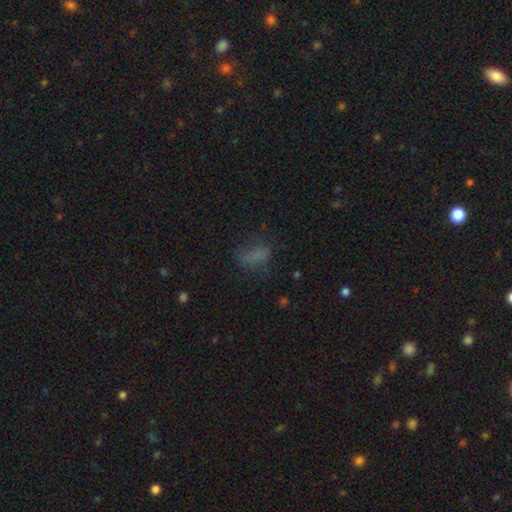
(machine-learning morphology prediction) smooth_or_featured: smooth (p=0.59) [alt: featured or disk p=0.21]
how_rounded: in between (p=0.73) [alt: round p=0.15]
merging: none (p=0.50) [alt: major disturbance p=0.24]